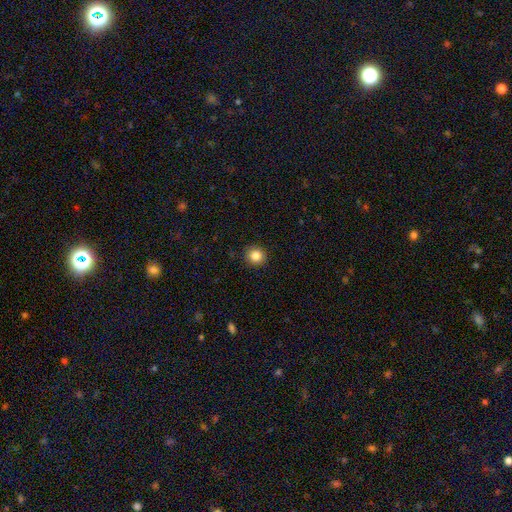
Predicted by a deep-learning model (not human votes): The model was most divided on "smooth or featured": smooth: 84%, star or artifact: 10%, featured or disk: 5%. More confident: merging — none (91%); how rounded — round (91%).